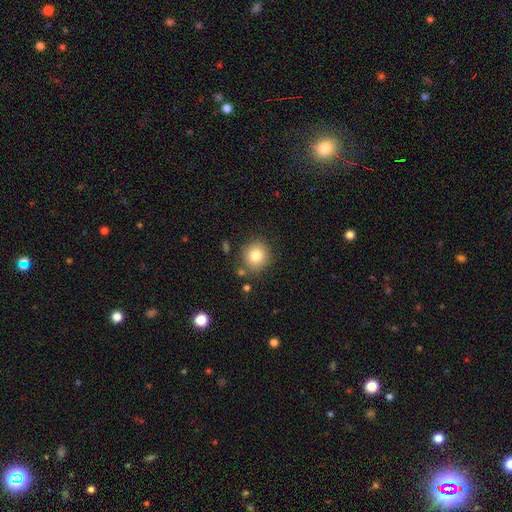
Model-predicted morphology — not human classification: smooth-or-featured: smooth: 81% | star or artifact: 10% | featured or disk: 8%
  how-rounded: round: 85% | in between: 14% | cigar-shaped: 1%
  merging: none: 81% | minor disturbance: 11% | merger: 4% | major disturbance: 3%